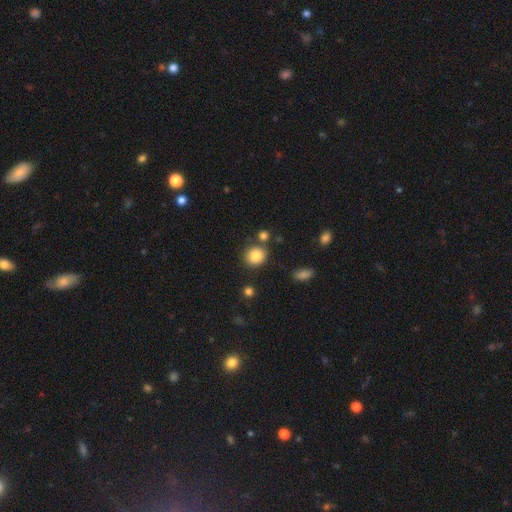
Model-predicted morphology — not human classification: Smooth or featured? smooth (86%)
How rounded? round (81%)
Merging? none (78%)